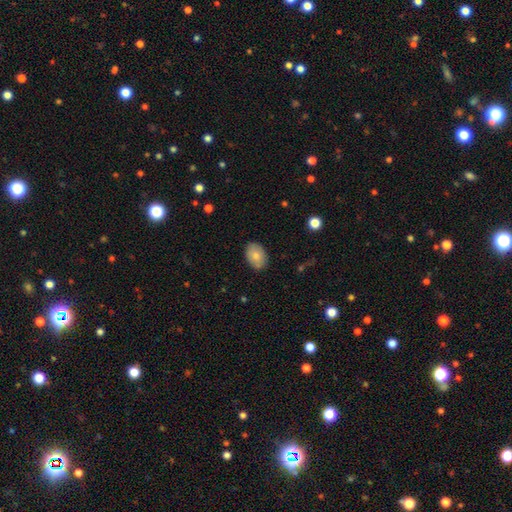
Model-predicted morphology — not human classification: Overall: smooth (78%). How rounded: in between (84%). Merging: none (84%).